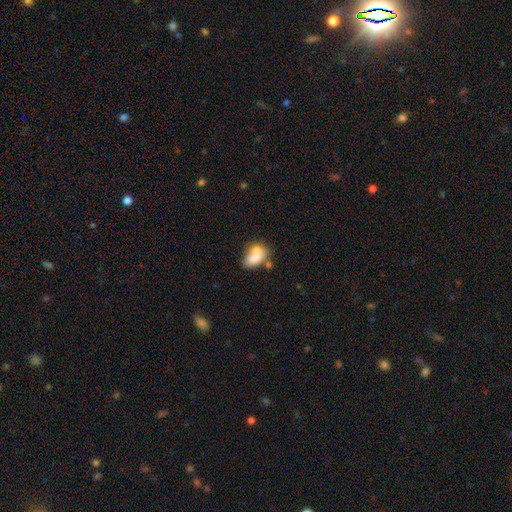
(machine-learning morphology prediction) This appears to be a smooth galaxy with no disk features (73%) that is in between round and cigar-shaped (84%). Merging: merger (35%).